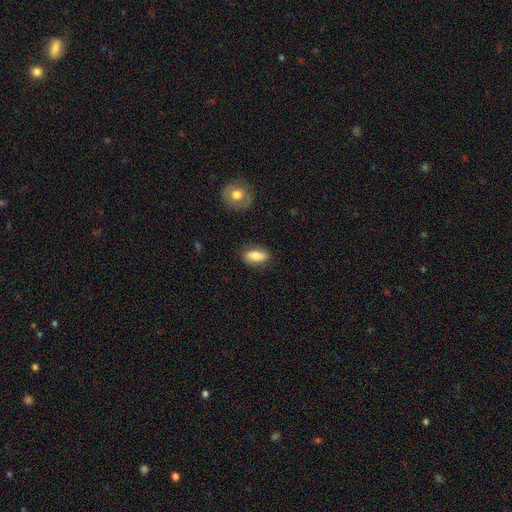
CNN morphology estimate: Smooth or featured?
  - smooth: 76% *
  - featured or disk: 17%
  - star or artifact: 7%
How rounded?
  - in between: 86% *
  - cigar-shaped: 8%
  - round: 5%
Merging?
  - none: 81% *
  - minor disturbance: 14%
  - major disturbance: 3%
  - merger: 2%